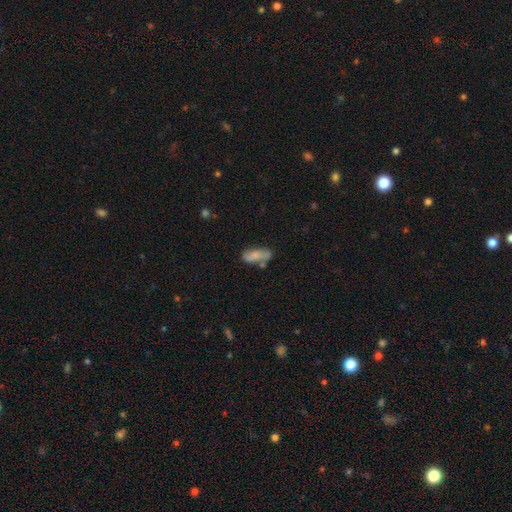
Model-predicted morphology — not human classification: A smooth galaxy with no disk features (68%) that is in between round and cigar-shaped (80%). Merging: none (52%).